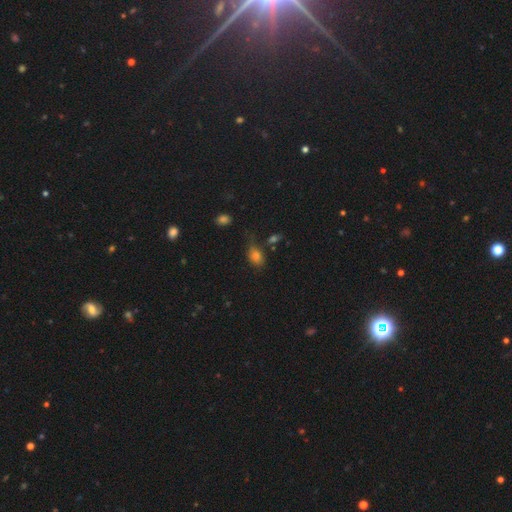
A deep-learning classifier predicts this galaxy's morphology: This is likely a smooth galaxy (77%). How rounded: likely in between (79%). Merging: possibly none (57%).